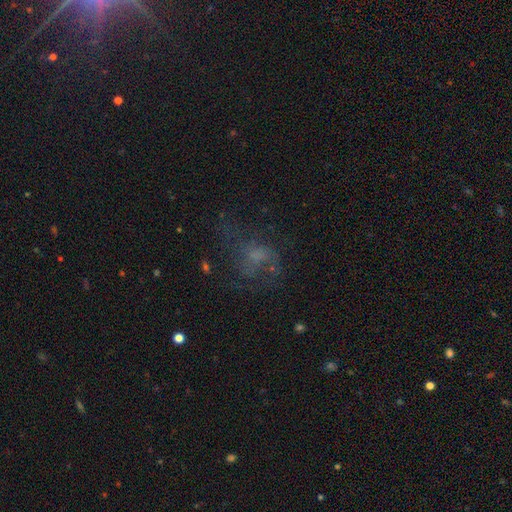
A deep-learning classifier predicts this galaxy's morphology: A featured or disk galaxy (41%).

Vote fractions:
- Smooth or featured? featured or disk: 41% / smooth: 36% / star or artifact: 23%
- Merging? none: 45% / major disturbance: 34% / minor disturbance: 18% / merger: 3%